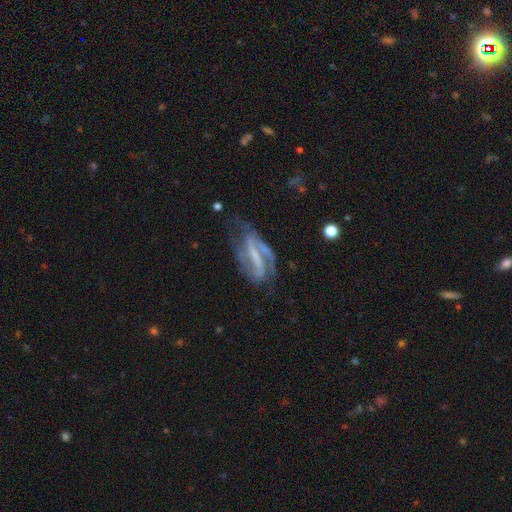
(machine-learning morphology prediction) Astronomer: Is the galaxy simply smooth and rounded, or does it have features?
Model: featured or disk — 82%.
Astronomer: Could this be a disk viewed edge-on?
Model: no — 91%.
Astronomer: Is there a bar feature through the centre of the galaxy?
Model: strong — 63%.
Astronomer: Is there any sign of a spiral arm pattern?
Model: yes — 87%.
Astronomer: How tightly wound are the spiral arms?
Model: medium — 44% (runner-up: tight, 30%).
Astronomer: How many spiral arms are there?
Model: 2 — 74%.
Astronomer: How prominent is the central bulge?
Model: none — 44% (runner-up: small, 36%).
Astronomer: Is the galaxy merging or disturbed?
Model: none — 51%.